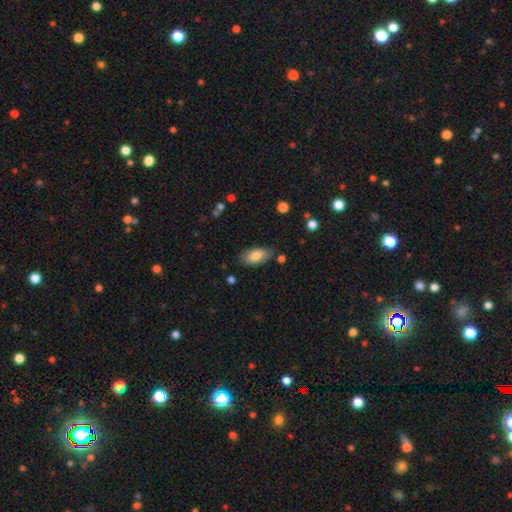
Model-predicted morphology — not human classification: smooth_or_featured: smooth (p=0.82) [alt: featured or disk p=0.11]
how_rounded: in between (p=0.92) [alt: cigar-shaped p=0.05]
merging: none (p=0.76) [alt: minor disturbance p=0.17]